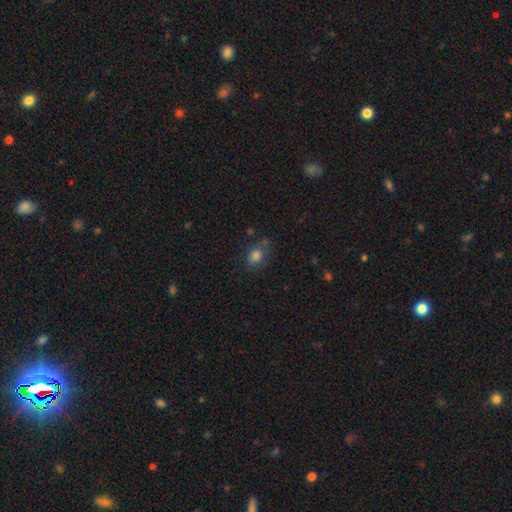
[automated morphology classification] smooth 80%, star or artifact 12%, featured or disk 7%. Down the decision tree: how rounded — round (51%); merging — none (61%).